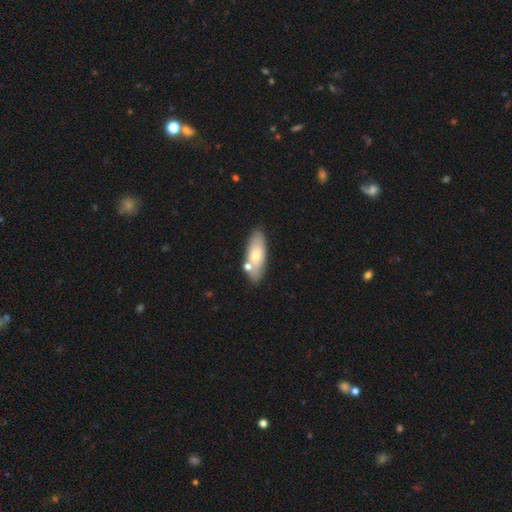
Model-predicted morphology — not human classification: Smooth or featured? smooth (64%)
How rounded? in between (73%)
Merging? none (71%)